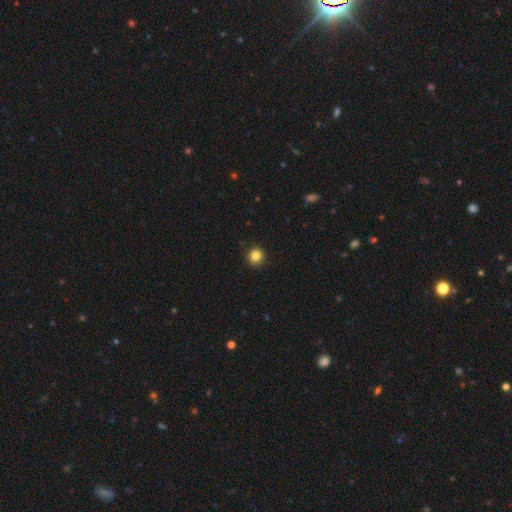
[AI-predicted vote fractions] This is clearly a smooth galaxy (84%). How rounded: clearly round (92%). Merging: clearly none (92%).